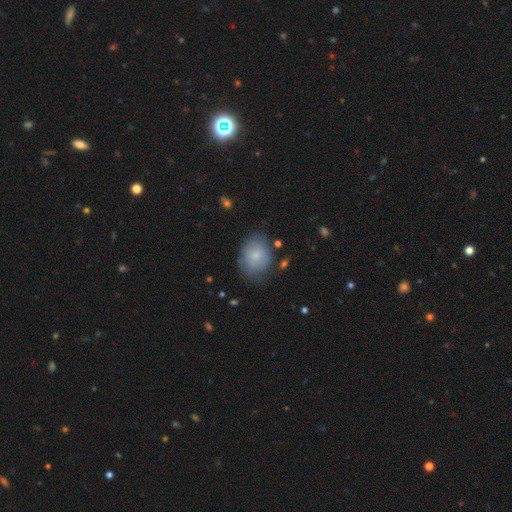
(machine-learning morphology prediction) smooth_or_featured: smooth (p=0.74) [alt: featured or disk p=0.18]
how_rounded: in between (p=0.59) [alt: round p=0.40]
merging: none (p=0.66) [alt: minor disturbance p=0.23]